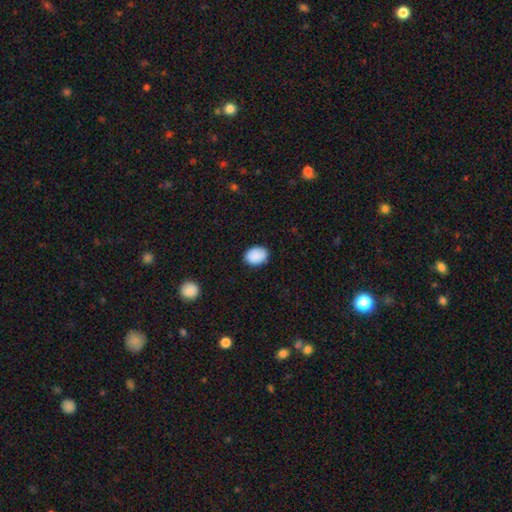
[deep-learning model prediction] smooth 90%, star or artifact 7%, featured or disk 3%. Down the decision tree: how rounded — in between (69%); merging — none (86%).